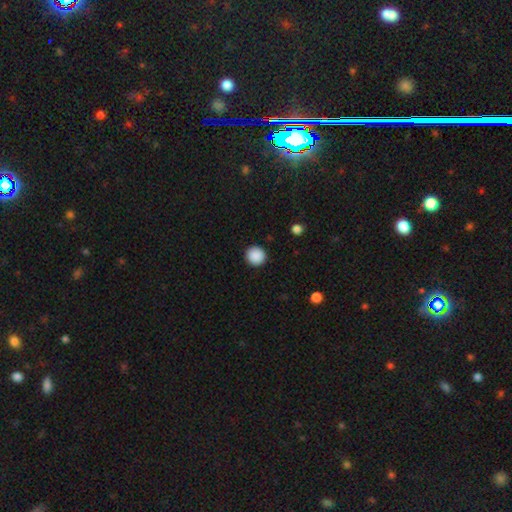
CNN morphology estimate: This is clearly a smooth galaxy (89%). How rounded: clearly round (95%). Merging: clearly none (93%).